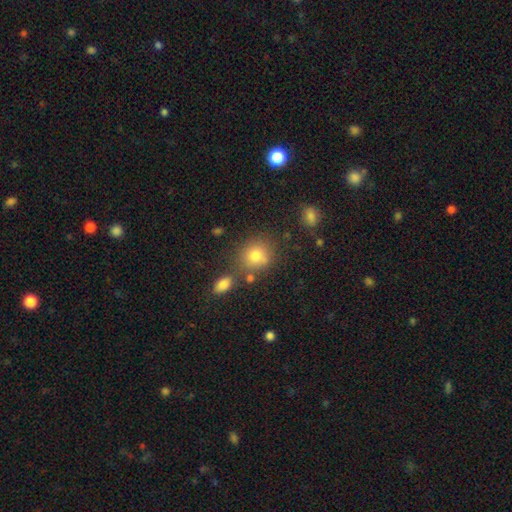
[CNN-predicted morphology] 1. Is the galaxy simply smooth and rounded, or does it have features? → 78% smooth, 12% star or artifact, 10% featured or disk.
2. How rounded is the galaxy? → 79% round, 20% in between, 1% cigar-shaped.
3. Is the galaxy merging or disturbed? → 69% none, 14% minor disturbance, 12% merger, 5% major disturbance.